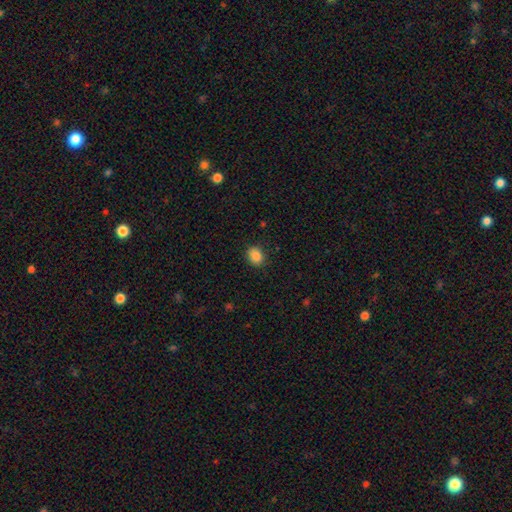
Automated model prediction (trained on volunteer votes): This is clearly a smooth galaxy (87%). How rounded: possibly in between (54%). Merging: clearly none (87%).